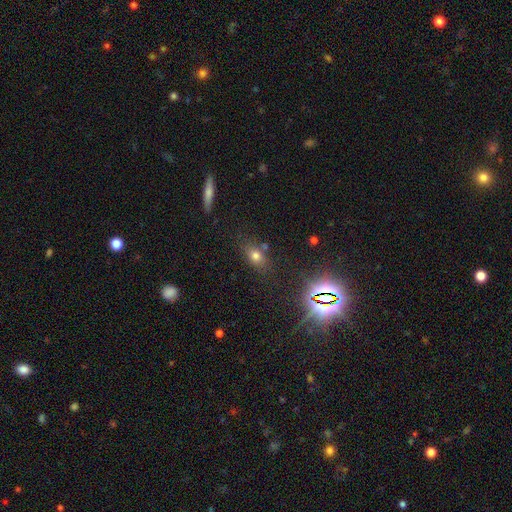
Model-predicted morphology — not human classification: Q: Smooth or featured?
A: smooth (67%); runner-up: star or artifact (21%)
Q: How rounded?
A: in between (65%); runner-up: round (30%)
Q: Merging?
A: none (73%); runner-up: minor disturbance (15%)